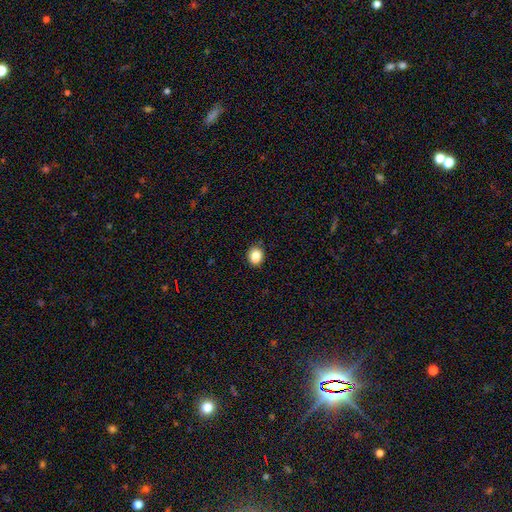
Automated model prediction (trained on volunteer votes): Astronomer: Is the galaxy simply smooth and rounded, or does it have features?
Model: smooth — 86%.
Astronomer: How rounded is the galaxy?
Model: round — 63%.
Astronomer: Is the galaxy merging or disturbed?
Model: none — 88%.